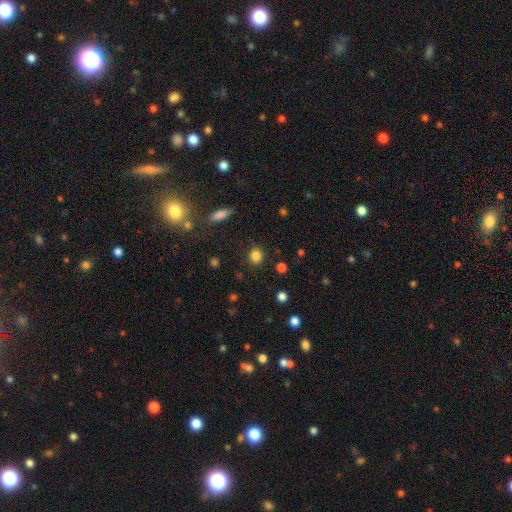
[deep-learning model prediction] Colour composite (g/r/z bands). It shows a smooth galaxy with no disk features (83%) that is round (65%). Merging: none (87%).